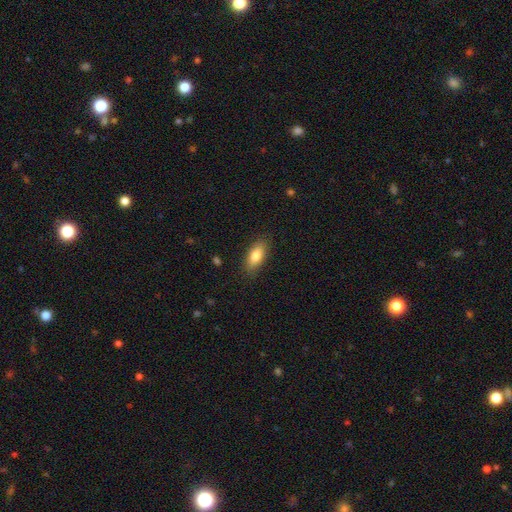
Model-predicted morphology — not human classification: Overall: smooth (82%). How rounded: in between (84%). Merging: none (85%).